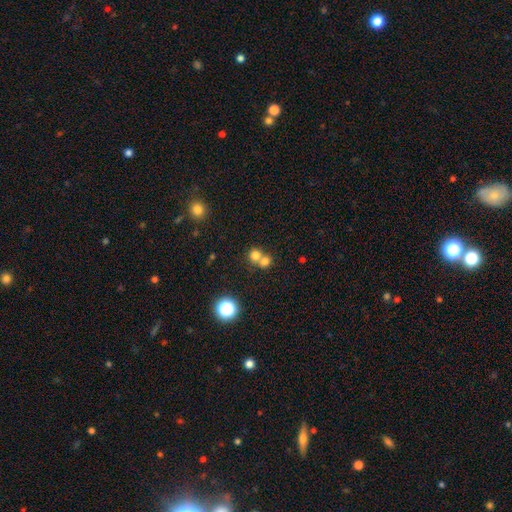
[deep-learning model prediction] Smooth or featured? smooth (74%)
How rounded? round (82%)
Merging? merger (55%)